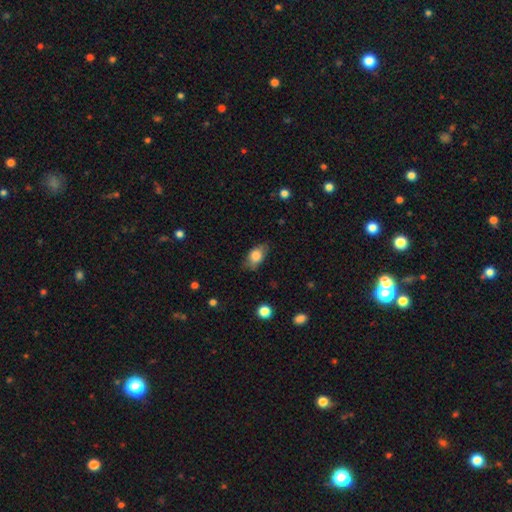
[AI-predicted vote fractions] This appears to be a smooth galaxy with no disk features (77%) that is in between round and cigar-shaped (85%). Merging: none (73%).